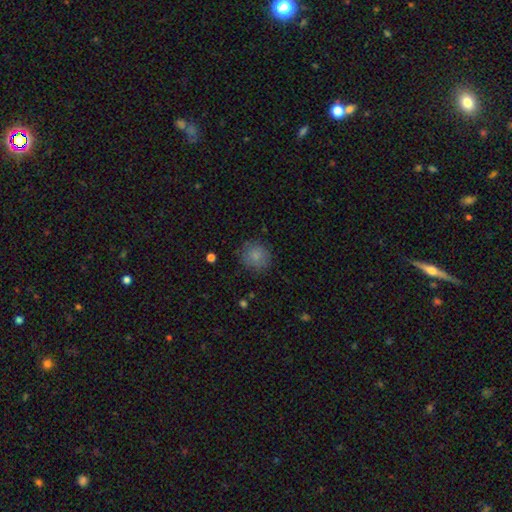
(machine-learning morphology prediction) Smooth or featured: smooth — 83% (star or artifact — 9%)
How rounded: round — 90% (in between — 9%)
Merging: none — 82% (minor disturbance — 13%)